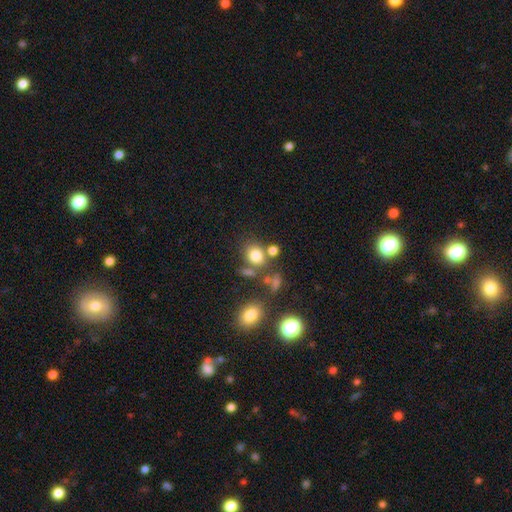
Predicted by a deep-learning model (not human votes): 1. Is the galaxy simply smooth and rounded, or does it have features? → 77% smooth, 14% star or artifact, 9% featured or disk.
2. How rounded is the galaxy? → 57% round, 42% in between, 1% cigar-shaped.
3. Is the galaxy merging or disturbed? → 60% none, 21% merger, 13% minor disturbance, 7% major disturbance.